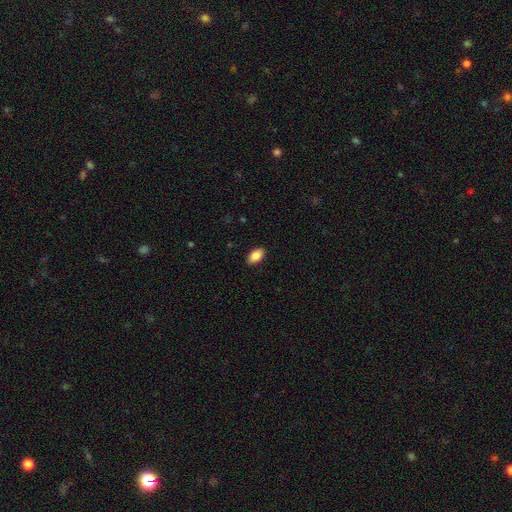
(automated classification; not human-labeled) smooth_or_featured: smooth (p=0.87) [alt: star or artifact p=0.07]
how_rounded: in between (p=0.93) [alt: round p=0.05]
merging: none (p=0.89) [alt: minor disturbance p=0.08]